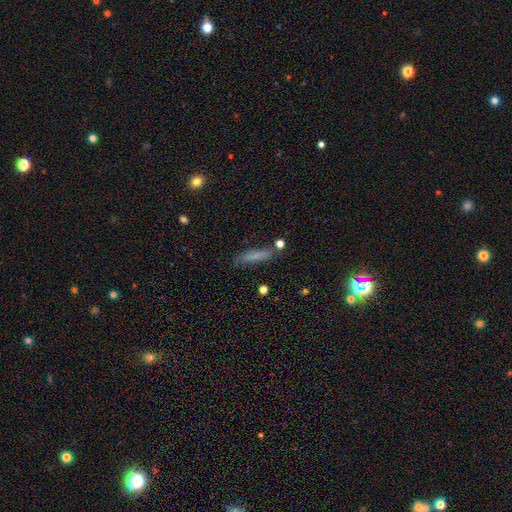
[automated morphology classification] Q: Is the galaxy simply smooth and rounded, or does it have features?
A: smooth — 70%.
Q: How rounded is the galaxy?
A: cigar-shaped — 83%.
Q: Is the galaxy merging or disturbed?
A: none — 76%.